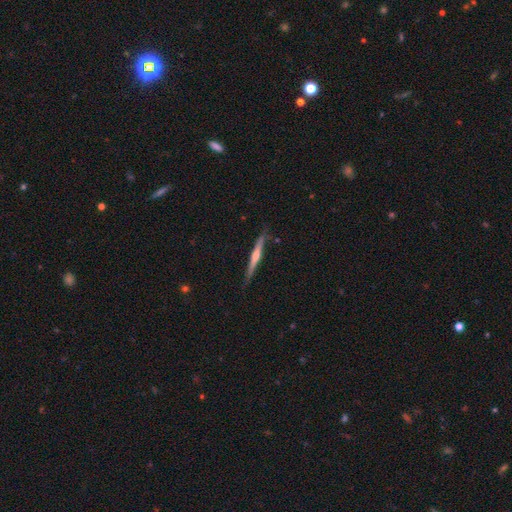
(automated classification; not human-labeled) Smooth or featured?
  - featured or disk: 63% *
  - smooth: 31%
  - star or artifact: 6%
Edge-on disk?
  - yes: 97% *
  - no: 3%
Edge-on bulge?
  - rounded: 73% *
  - none: 20%
  - boxy: 7%
Merging?
  - none: 81% *
  - minor disturbance: 14%
  - major disturbance: 2%
  - merger: 2%